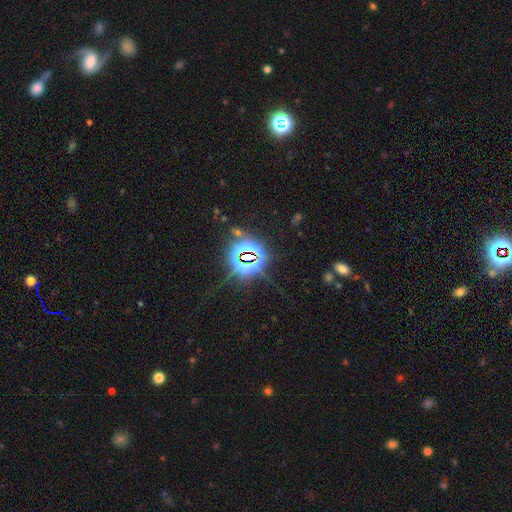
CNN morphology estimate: This is clearly a star or artifact rather than a galaxy (82%).